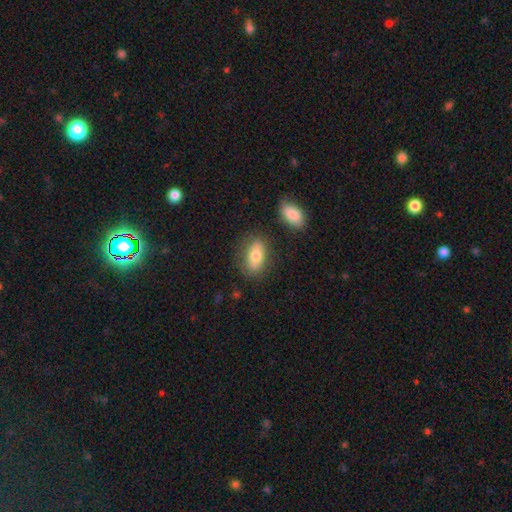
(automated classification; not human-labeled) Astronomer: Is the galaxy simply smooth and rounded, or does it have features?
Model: smooth — 77%.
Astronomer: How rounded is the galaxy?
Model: in between — 89%.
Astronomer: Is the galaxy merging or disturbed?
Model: none — 74%.